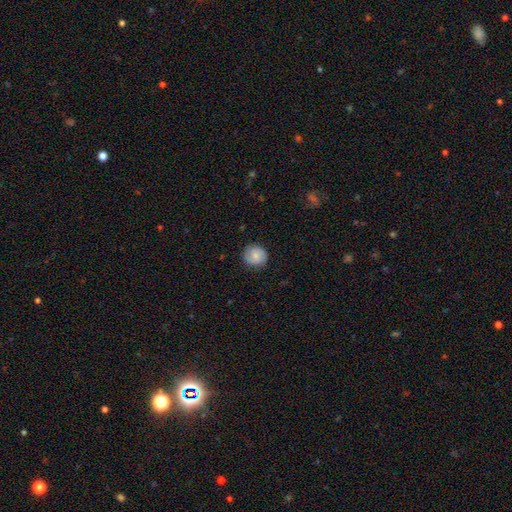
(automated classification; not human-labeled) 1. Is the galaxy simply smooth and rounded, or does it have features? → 69% smooth, 23% featured or disk, 7% star or artifact.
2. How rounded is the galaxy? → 88% round, 11% in between, 1% cigar-shaped.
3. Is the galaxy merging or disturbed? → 85% none, 12% minor disturbance, 3% major disturbance, 1% merger.